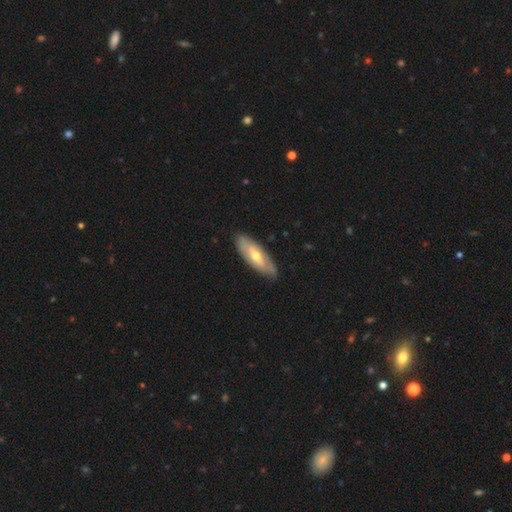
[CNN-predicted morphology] The model was most divided on "smooth or featured": featured or disk: 54%, smooth: 41%, star or artifact: 5%. More confident: merging — none (85%); edge-on disk — no (69%).